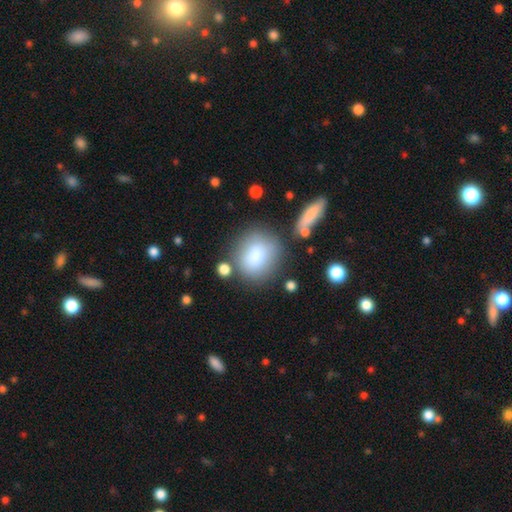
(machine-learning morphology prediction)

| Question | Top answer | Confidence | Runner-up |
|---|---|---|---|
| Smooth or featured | smooth | 82% | featured or disk (10%) |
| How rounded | round | 72% | in between (26%) |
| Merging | none | 68% | minor disturbance (15%) |